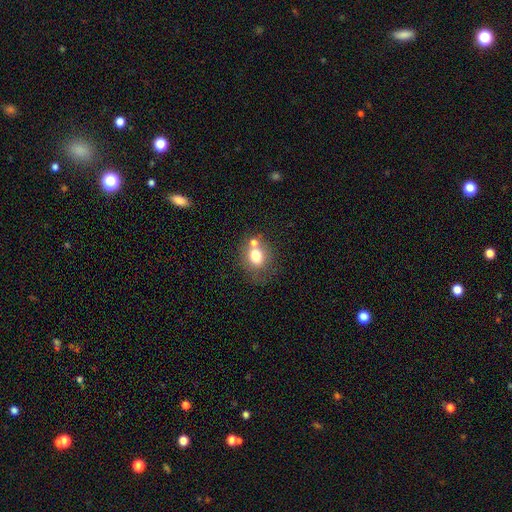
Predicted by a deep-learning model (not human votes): A smooth galaxy with no disk features (72%) that is round (63%). Merging: none (50%).